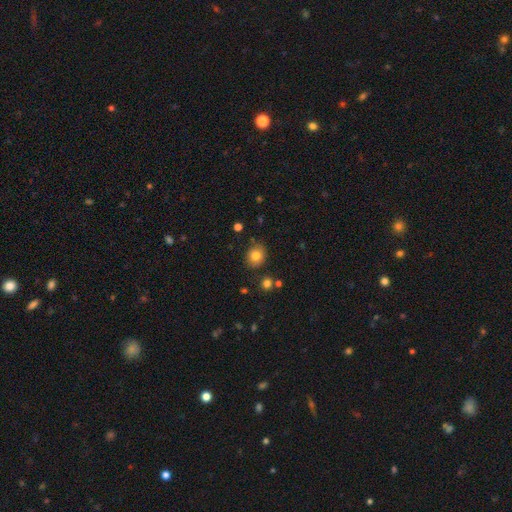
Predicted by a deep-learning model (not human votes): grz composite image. It shows a smooth galaxy with no disk features (81%) that is round (73%). Merging: none (83%).